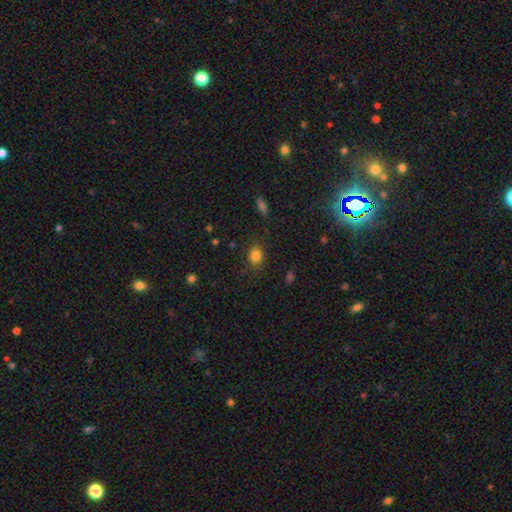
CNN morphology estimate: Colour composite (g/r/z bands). It shows a smooth galaxy with no disk features (81%) that is round (58%). Merging: none (85%).